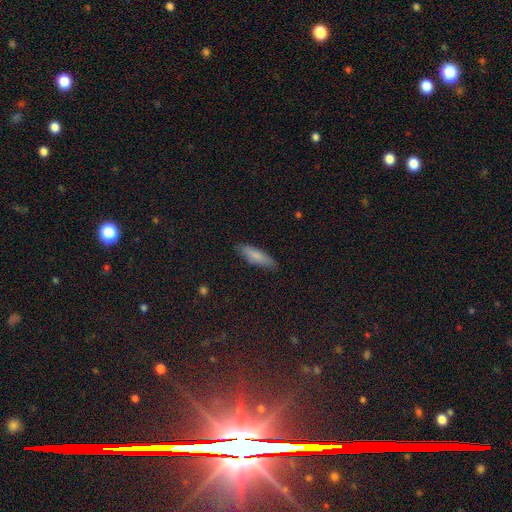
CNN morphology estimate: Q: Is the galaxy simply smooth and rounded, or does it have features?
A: smooth — 79%.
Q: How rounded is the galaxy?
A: cigar-shaped — 56%.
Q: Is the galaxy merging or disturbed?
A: none — 83%.